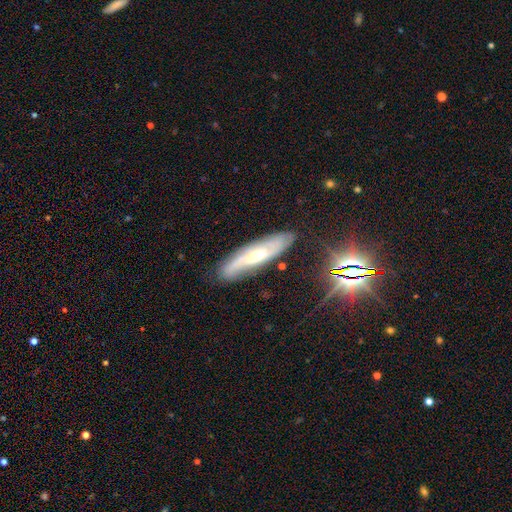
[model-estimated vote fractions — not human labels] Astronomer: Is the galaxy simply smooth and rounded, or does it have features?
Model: featured or disk — 69%.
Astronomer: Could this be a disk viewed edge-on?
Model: no — 65%.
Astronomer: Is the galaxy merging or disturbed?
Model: none — 79%.